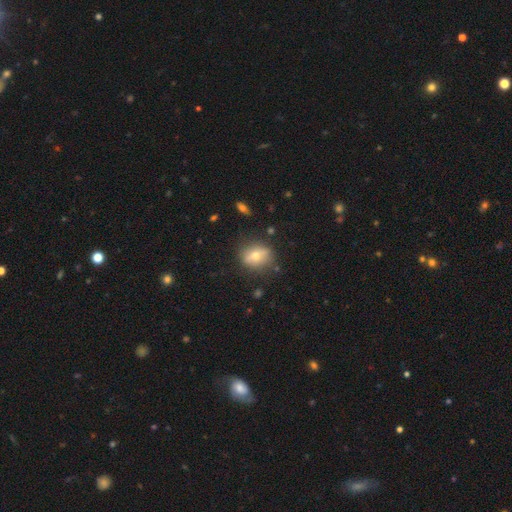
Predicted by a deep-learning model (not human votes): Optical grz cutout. It shows a smooth galaxy with no disk features (54%) that is round (53%). Merging: none (79%).